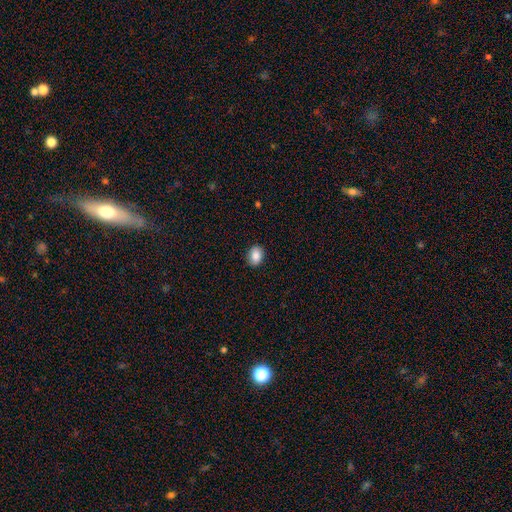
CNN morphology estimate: The model was most divided on "how rounded": in between: 67%, round: 32%, cigar-shaped: 1%. More confident: merging — none (89%); smooth or featured — smooth (88%).